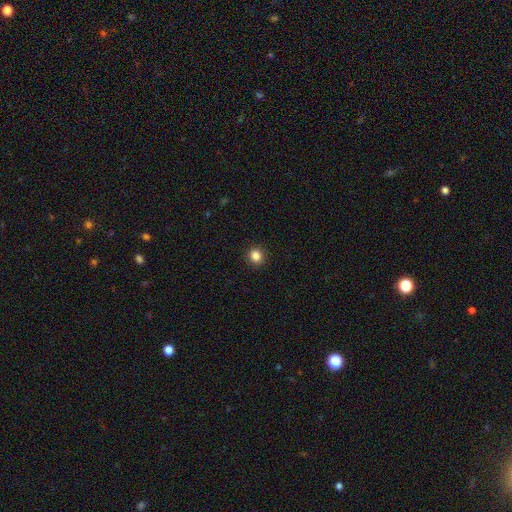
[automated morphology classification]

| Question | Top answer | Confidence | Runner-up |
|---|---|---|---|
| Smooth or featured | smooth | 85% | star or artifact (11%) |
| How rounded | round | 90% | in between (9%) |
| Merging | none | 92% | minor disturbance (5%) |